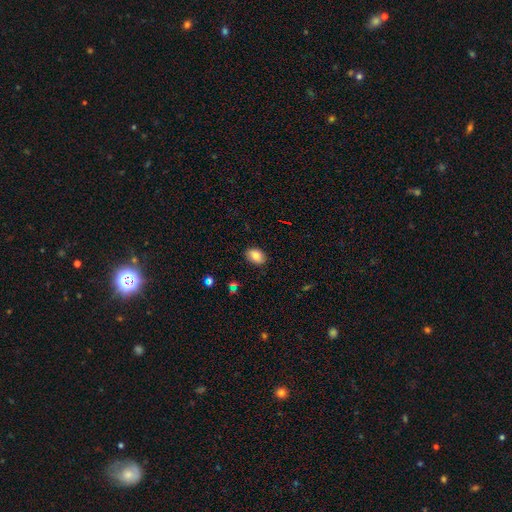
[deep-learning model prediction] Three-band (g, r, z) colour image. It shows a smooth galaxy with no disk features (86%) that is in between round and cigar-shaped (82%). Merging: none (85%).